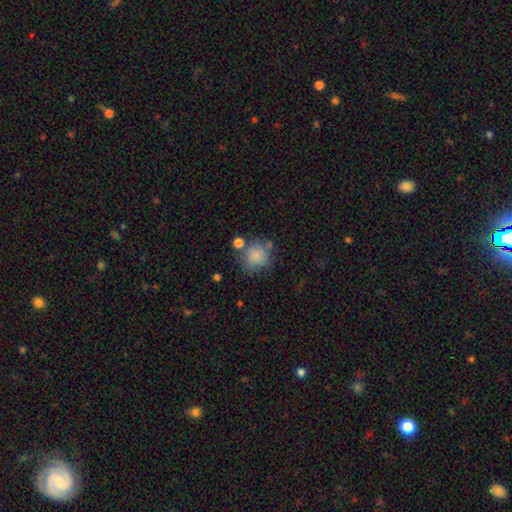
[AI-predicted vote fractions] Morphology: type=smooth (80%); roundness=round (82%); merging=none (59%).